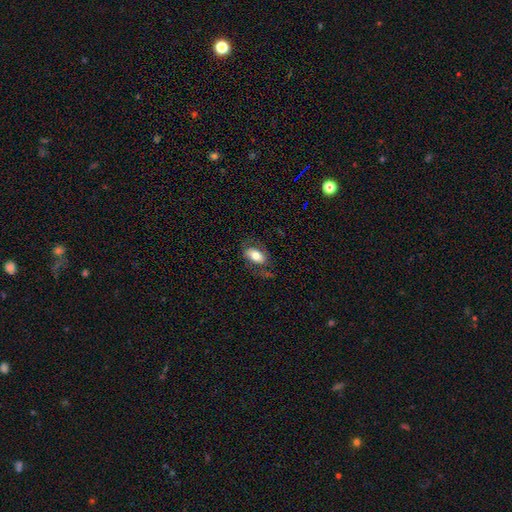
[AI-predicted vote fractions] Overall: smooth (66%; featured or disk 27%). How rounded: in between (91%). Merging: none (66%).